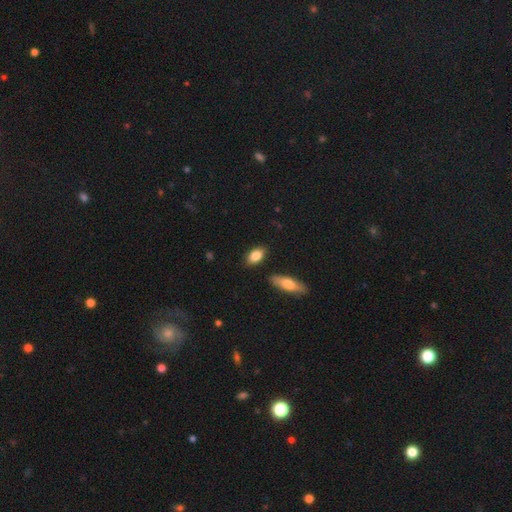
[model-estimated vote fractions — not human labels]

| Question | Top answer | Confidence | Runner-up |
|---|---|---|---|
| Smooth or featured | smooth | 83% | featured or disk (11%) |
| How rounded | in between | 87% | round (6%) |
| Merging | none | 85% | minor disturbance (10%) |